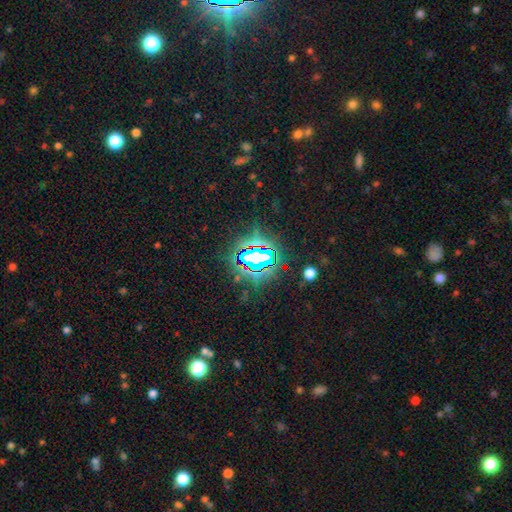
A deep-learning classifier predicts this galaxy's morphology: Smooth or featured? Predicted: star or artifact (p=0.83).